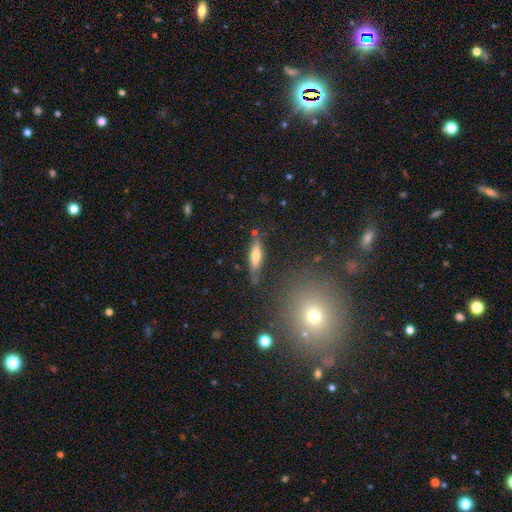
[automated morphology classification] Smooth or featured: smooth — 58% (featured or disk — 34%)
How rounded: cigar-shaped — 71% (in between — 27%)
Merging: none — 75% (minor disturbance — 16%)